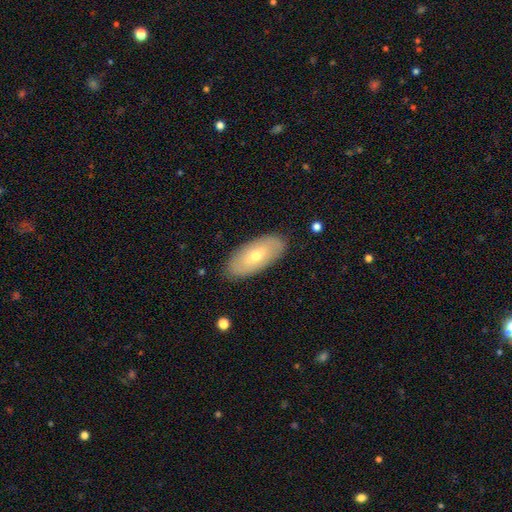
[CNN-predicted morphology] This is possibly a smooth galaxy (53%). How rounded: clearly in between (90%). Merging: clearly none (86%).